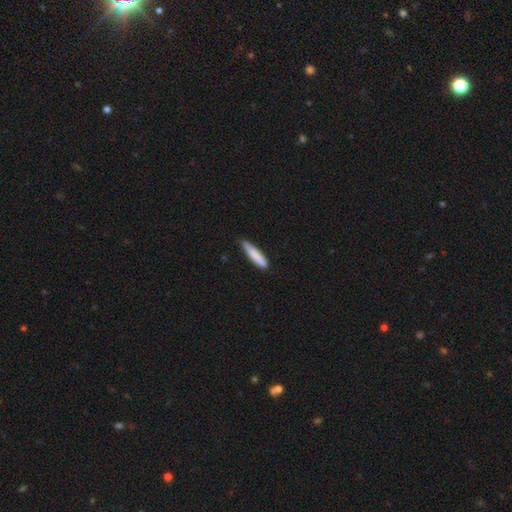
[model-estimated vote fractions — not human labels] Smooth or featured: smooth — 83% (featured or disk — 12%)
How rounded: cigar-shaped — 88% (in between — 11%)
Merging: none — 78% (minor disturbance — 19%)